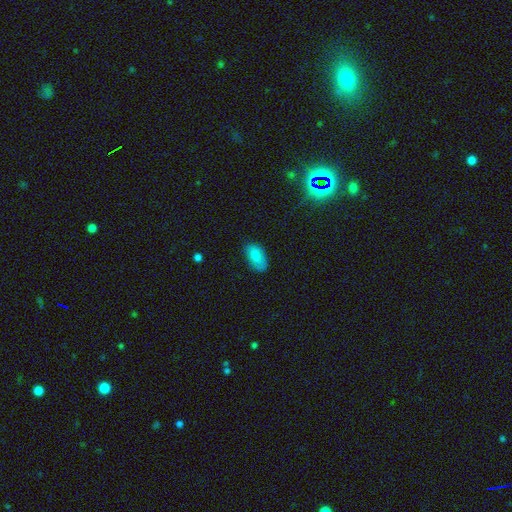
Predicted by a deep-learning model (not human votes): smooth-or-featured: smooth: 83% | featured or disk: 8% | star or artifact: 8%
  how-rounded: in between: 93% | round: 4% | cigar-shaped: 3%
  merging: none: 74% | minor disturbance: 20% | major disturbance: 4% | merger: 1%